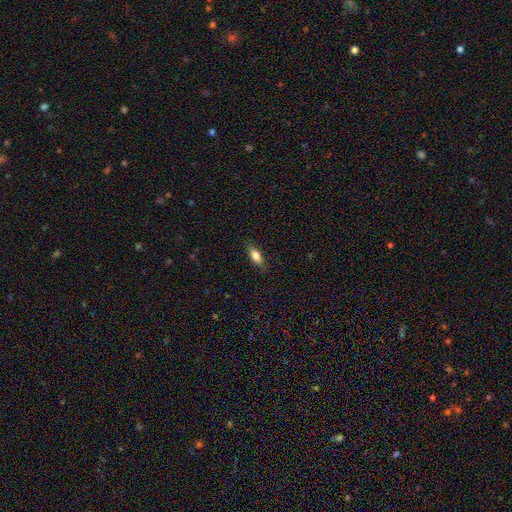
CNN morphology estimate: type=smooth (77%); roundness=in between (73%); merging=none (84%).